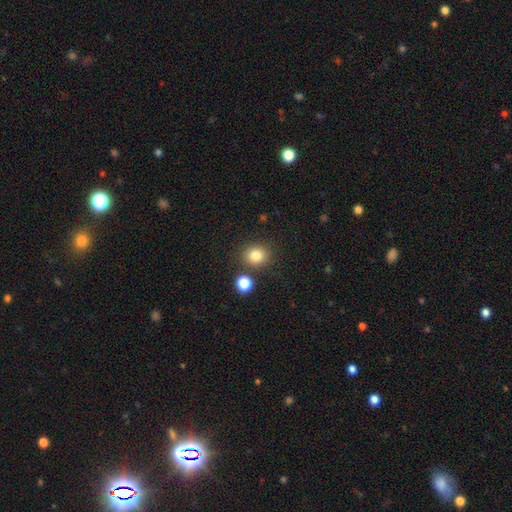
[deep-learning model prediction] smooth 82%, star or artifact 12%, featured or disk 6%. Down the decision tree: how rounded — round (76%); merging — none (81%).